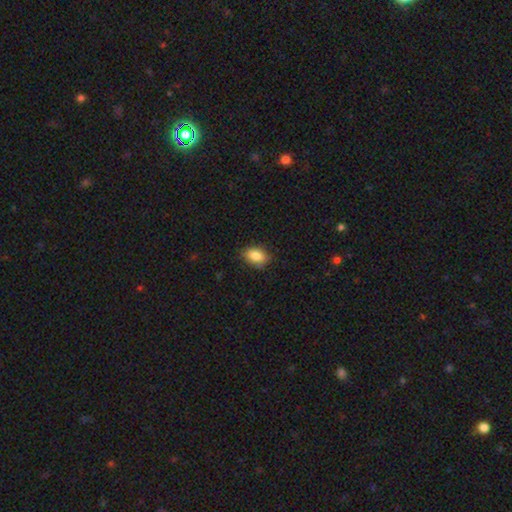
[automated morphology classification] Smooth or featured?
  - smooth: 86% *
  - star or artifact: 8%
  - featured or disk: 6%
How rounded?
  - in between: 86% *
  - round: 12%
  - cigar-shaped: 2%
Merging?
  - none: 79% *
  - minor disturbance: 17%
  - major disturbance: 3%
  - merger: 1%